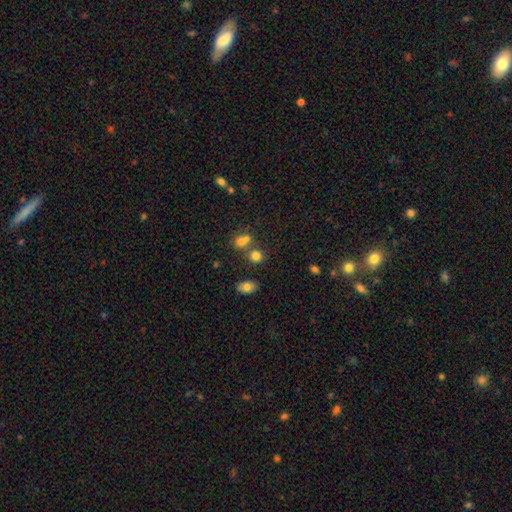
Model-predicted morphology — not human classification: Q: Smooth or featured?
A: smooth (77%); runner-up: star or artifact (14%)
Q: How rounded?
A: round (71%); runner-up: in between (27%)
Q: Merging?
A: none (55%); runner-up: merger (31%)